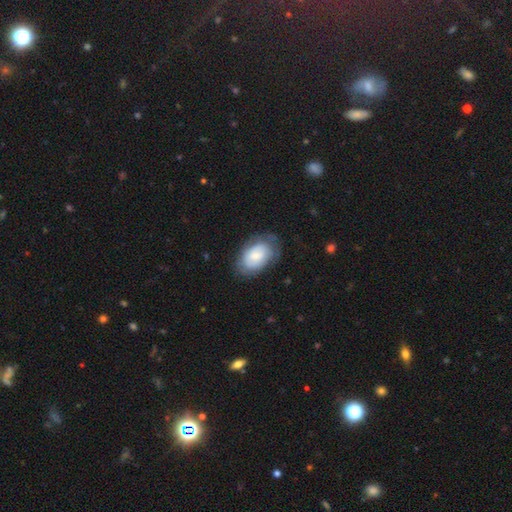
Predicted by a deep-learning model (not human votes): The model was most divided on "smooth or featured": smooth: 56%, featured or disk: 37%, star or artifact: 7%. More confident: how rounded — in between (89%); merging — none (67%).